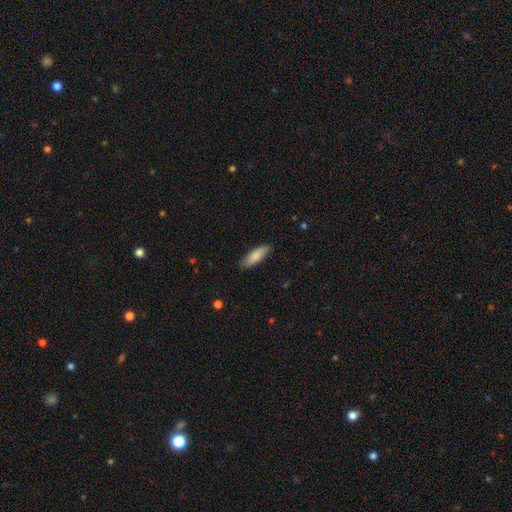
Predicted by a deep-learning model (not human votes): Smooth or featured: smooth — 82% (featured or disk — 12%)
How rounded: in between — 56% (cigar-shaped — 42%)
Merging: none — 86% (minor disturbance — 11%)